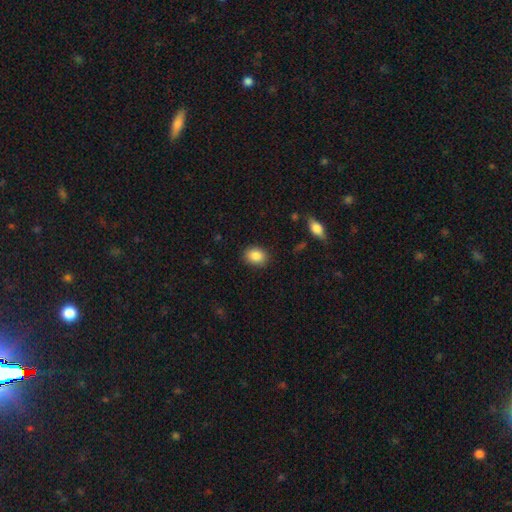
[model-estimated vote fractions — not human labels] The model was most divided on "how rounded": in between: 54%, round: 45%, cigar-shaped: 1%. More confident: merging — none (87%); smooth or featured — smooth (87%).